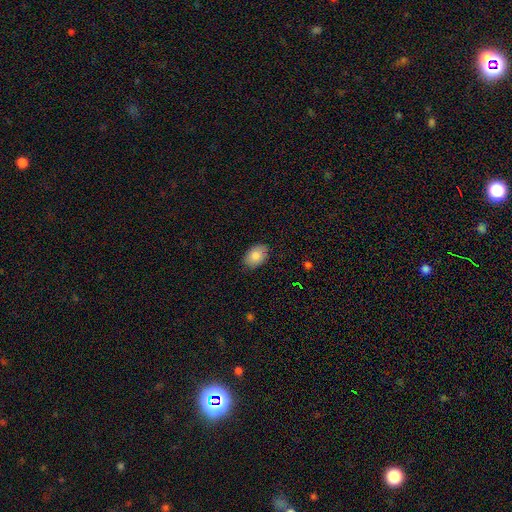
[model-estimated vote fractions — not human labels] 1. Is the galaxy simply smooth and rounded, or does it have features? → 82% smooth, 11% featured or disk, 7% star or artifact.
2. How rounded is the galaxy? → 85% in between, 13% round, 1% cigar-shaped.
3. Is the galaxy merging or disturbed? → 86% none, 11% minor disturbance, 2% major disturbance, 1% merger.